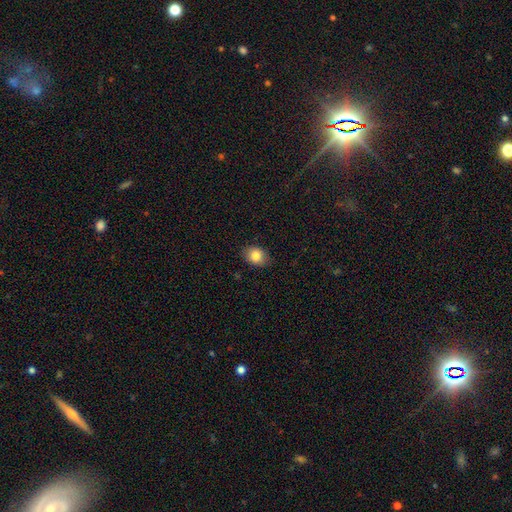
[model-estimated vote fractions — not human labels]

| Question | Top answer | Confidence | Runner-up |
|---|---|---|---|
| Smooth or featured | smooth | 84% | star or artifact (9%) |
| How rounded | in between | 56% | round (43%) |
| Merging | none | 85% | minor disturbance (11%) |